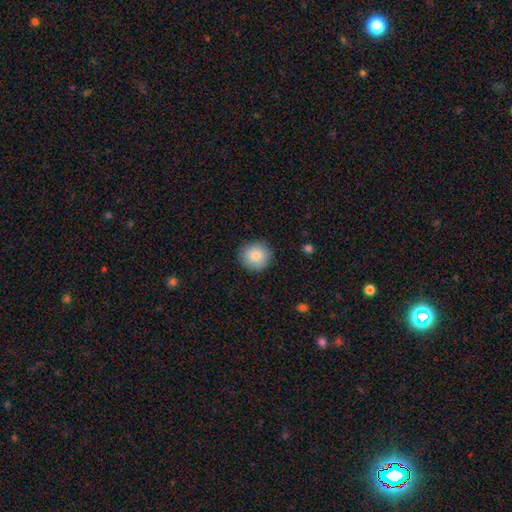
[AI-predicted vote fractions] A smooth galaxy with no disk features (85%) that is round (91%).

Vote fractions:
- Smooth or featured? smooth: 85% / star or artifact: 7% / featured or disk: 7%
- How rounded? round: 91% / in between: 8% / cigar-shaped: 1%
- Merging? none: 89% / minor disturbance: 8% / major disturbance: 2% / merger: 1%